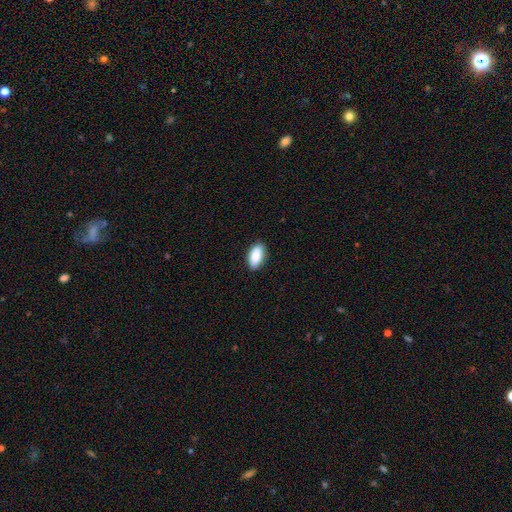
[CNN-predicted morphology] Smooth or featured? smooth (89%)
How rounded? in between (91%)
Merging? none (88%)